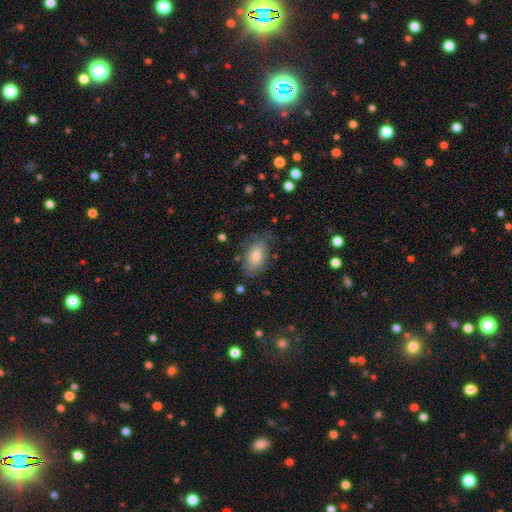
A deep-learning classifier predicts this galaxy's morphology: smooth 68%, featured or disk 23%, star or artifact 9%. Down the decision tree: how rounded — in between (90%); merging — none (67%).